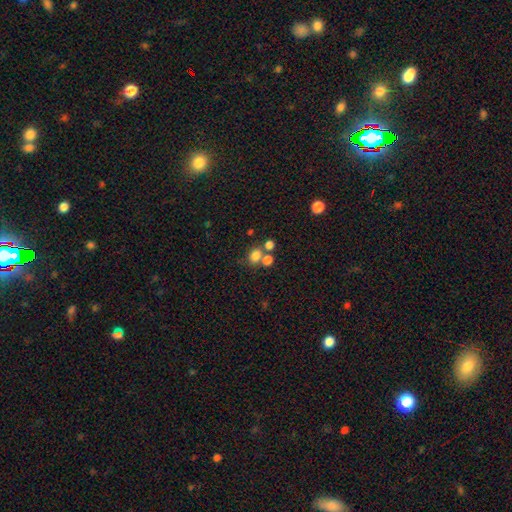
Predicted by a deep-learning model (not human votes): A smooth galaxy with no disk features (77%) that is round (51%).

Vote fractions:
- Smooth or featured? smooth: 77% / star or artifact: 14% / featured or disk: 9%
- How rounded? round: 51% / in between: 48% / cigar-shaped: 1%
- Merging? none: 50% / merger: 36% / minor disturbance: 9% / major disturbance: 5%